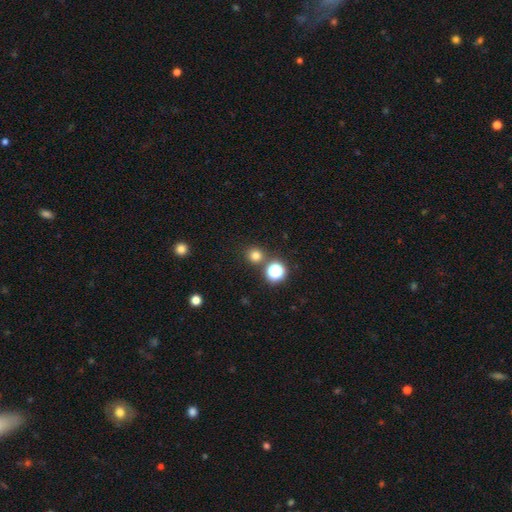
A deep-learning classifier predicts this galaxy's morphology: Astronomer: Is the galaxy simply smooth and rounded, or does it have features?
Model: smooth — 76%.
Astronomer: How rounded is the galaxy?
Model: round — 92%.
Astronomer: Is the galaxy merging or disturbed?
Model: none — 81%.